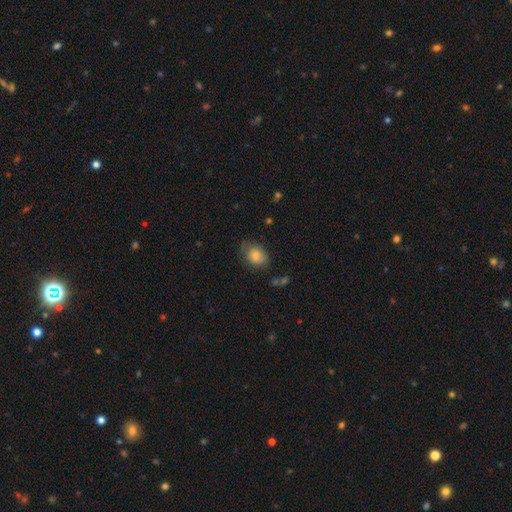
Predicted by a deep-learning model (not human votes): Smooth or featured? smooth (82%)
How rounded? in between (69%)
Merging? none (61%)